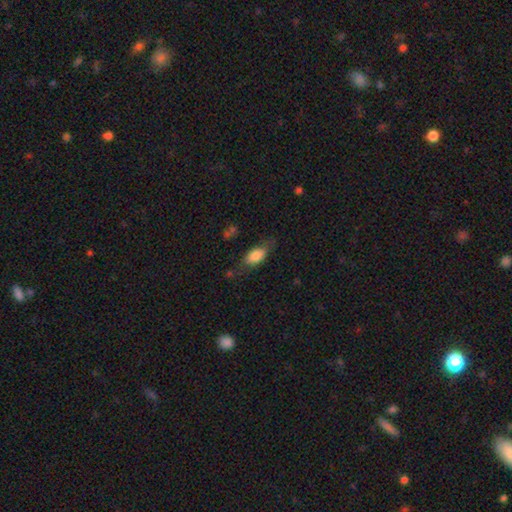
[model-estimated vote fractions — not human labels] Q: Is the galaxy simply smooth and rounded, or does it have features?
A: smooth — 79%.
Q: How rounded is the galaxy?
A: in between — 87%.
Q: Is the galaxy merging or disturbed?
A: none — 63%.